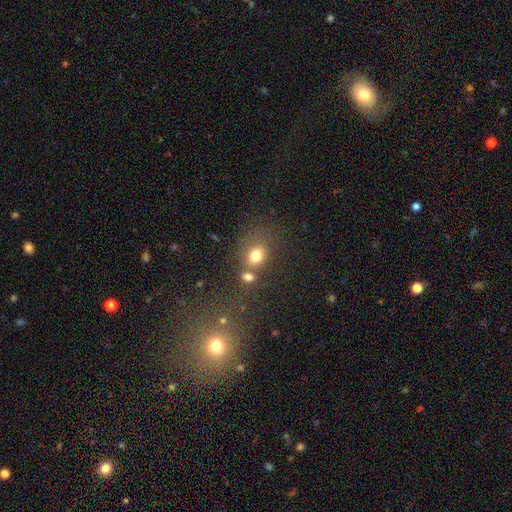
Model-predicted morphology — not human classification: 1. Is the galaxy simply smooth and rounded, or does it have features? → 75% smooth, 14% star or artifact, 11% featured or disk.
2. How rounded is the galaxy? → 53% in between, 46% round, 1% cigar-shaped.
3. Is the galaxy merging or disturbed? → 45% none, 35% merger, 13% minor disturbance, 7% major disturbance.